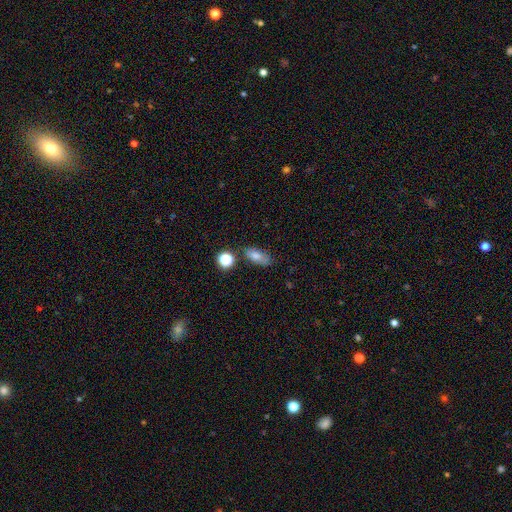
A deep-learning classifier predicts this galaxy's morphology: A smooth galaxy with no disk features (76%) that is in between round and cigar-shaped (83%). Merging: none (67%).